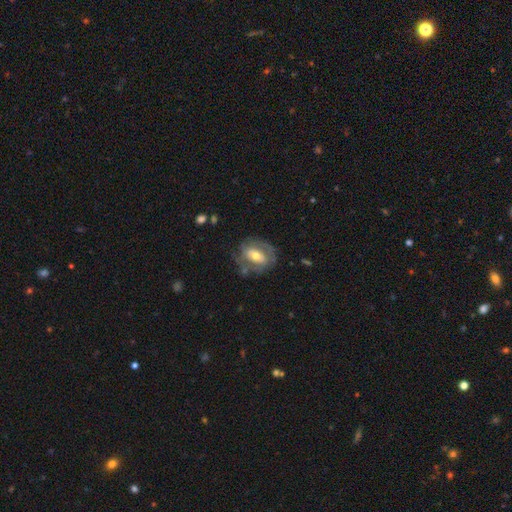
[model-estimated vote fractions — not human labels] Smooth or featured? featured or disk (58%)
Edge-on disk? no (94%)
Bar? no (42%)
Spiral arms? no (51%)
Bulge size? moderate (65%)
Merging? none (63%)